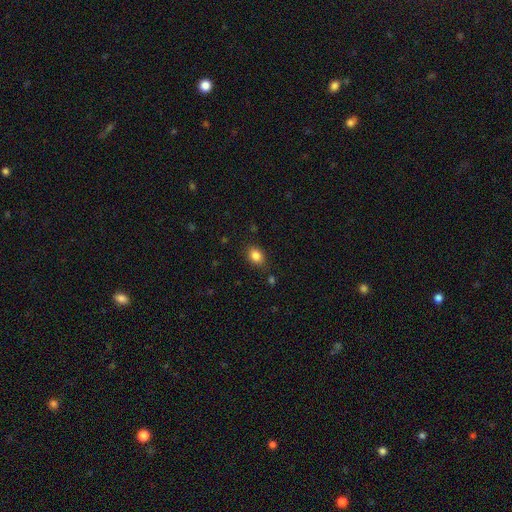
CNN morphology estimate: A smooth galaxy with no disk features (84%) that is in between round and cigar-shaped (63%). Merging: none (83%).